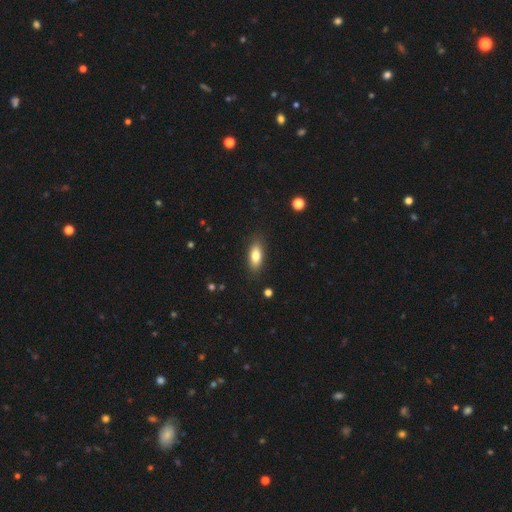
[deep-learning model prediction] smooth-or-featured: smooth: 80% | featured or disk: 13% | star or artifact: 7%
  how-rounded: in between: 78% | cigar-shaped: 19% | round: 3%
  merging: none: 86% | minor disturbance: 10% | major disturbance: 3% | merger: 1%